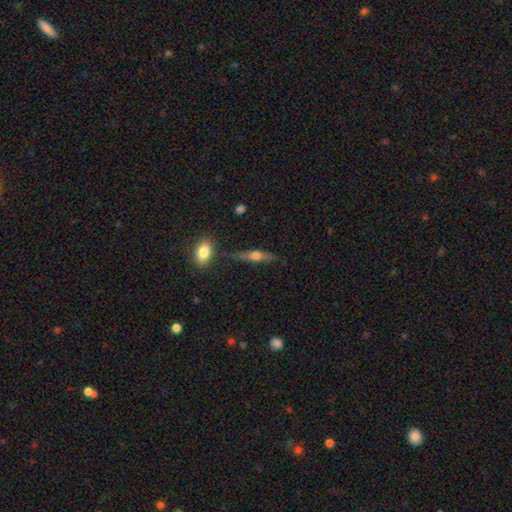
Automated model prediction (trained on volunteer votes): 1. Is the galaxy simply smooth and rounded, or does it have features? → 48% featured or disk, 45% smooth, 7% star or artifact.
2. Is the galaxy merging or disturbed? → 76% none, 15% minor disturbance, 5% merger, 4% major disturbance.